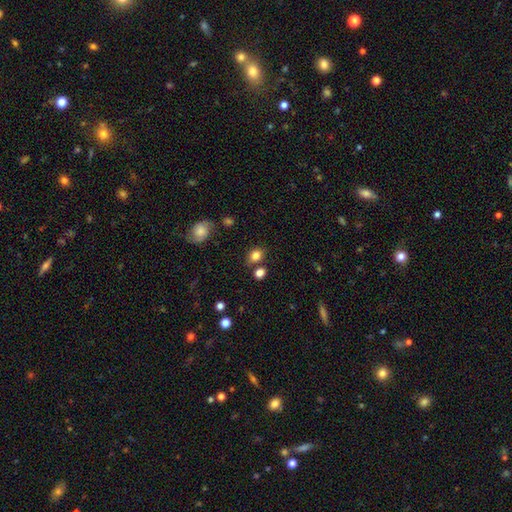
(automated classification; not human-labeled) The model was most divided on "how rounded": in between: 51%, round: 48%, cigar-shaped: 1%. More confident: smooth or featured — smooth (83%); merging — none (73%).